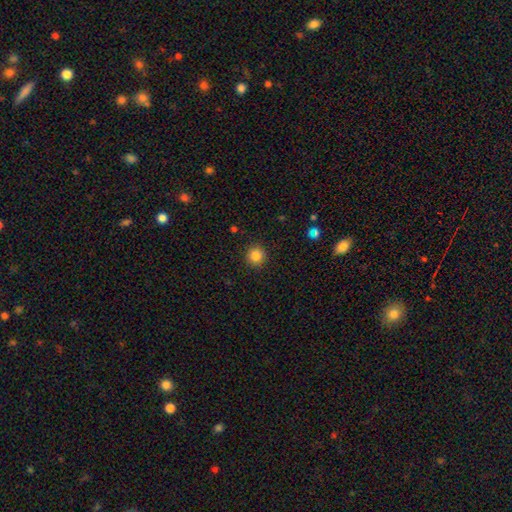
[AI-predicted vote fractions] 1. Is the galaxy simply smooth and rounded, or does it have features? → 85% smooth, 11% star or artifact, 5% featured or disk.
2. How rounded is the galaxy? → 93% round, 6% in between, 1% cigar-shaped.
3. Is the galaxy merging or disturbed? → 91% none, 6% minor disturbance, 2% major disturbance, 1% merger.